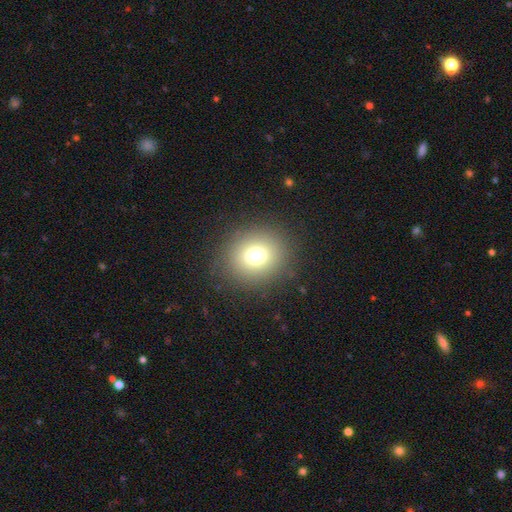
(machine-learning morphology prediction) type=smooth (73%); roundness=round (85%); merging=none (88%).